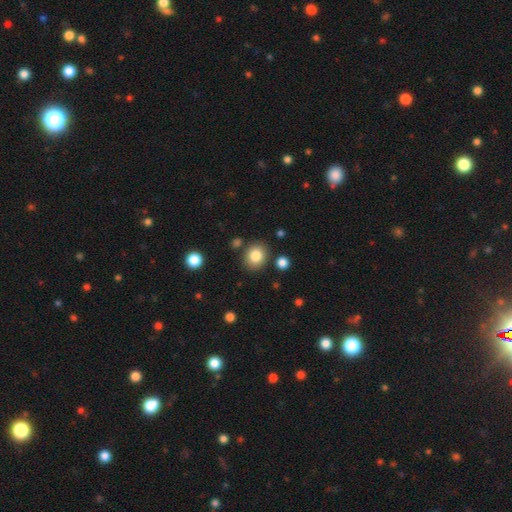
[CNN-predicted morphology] Q: Smooth or featured?
A: smooth (84%); runner-up: star or artifact (9%)
Q: How rounded?
A: round (66%); runner-up: in between (33%)
Q: Merging?
A: none (83%); runner-up: minor disturbance (9%)